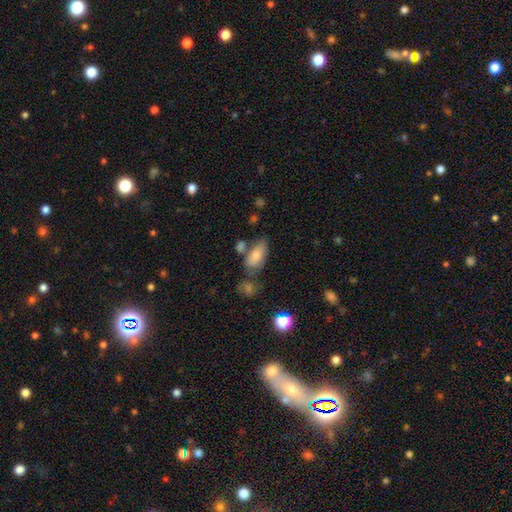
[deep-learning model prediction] A smooth galaxy with no disk features (75%) that is in between round and cigar-shaped (88%). Merging: none (48%).